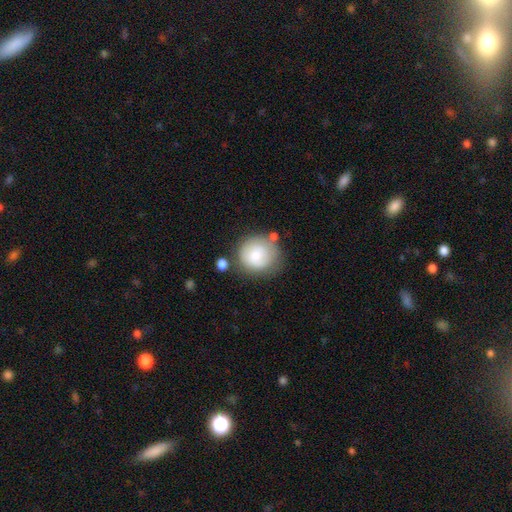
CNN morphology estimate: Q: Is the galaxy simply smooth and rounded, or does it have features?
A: smooth — 75%.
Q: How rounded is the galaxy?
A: round — 90%.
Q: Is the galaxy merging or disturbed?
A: none — 67%.